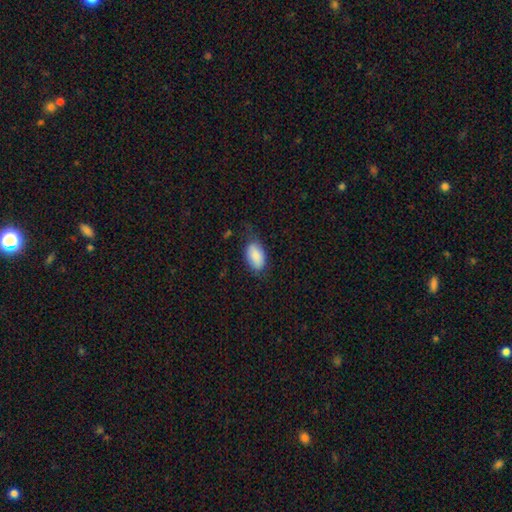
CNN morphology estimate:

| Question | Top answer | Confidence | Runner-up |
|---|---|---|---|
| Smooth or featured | smooth | 84% | featured or disk (9%) |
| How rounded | in between | 93% | round (5%) |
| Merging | none | 57% | minor disturbance (30%) |